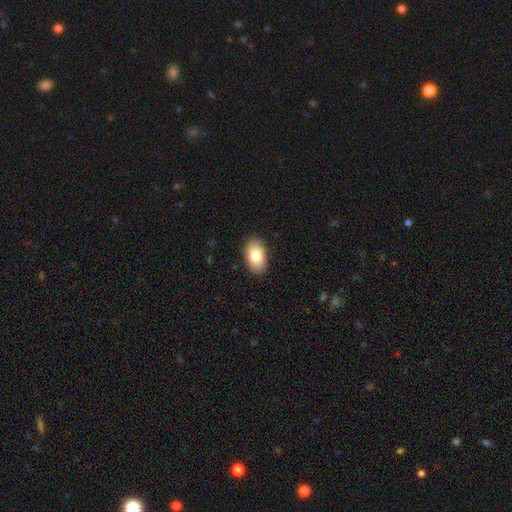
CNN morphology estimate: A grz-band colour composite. It shows a smooth galaxy with no disk features (81%) that is in between round and cigar-shaped (92%). Merging: none (89%).